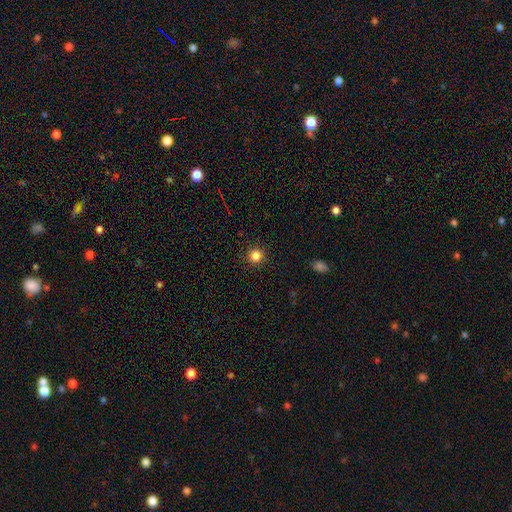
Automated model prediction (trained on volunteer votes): Q: Smooth or featured?
A: smooth (84%); runner-up: star or artifact (12%)
Q: How rounded?
A: round (94%); runner-up: in between (5%)
Q: Merging?
A: none (91%); runner-up: minor disturbance (6%)